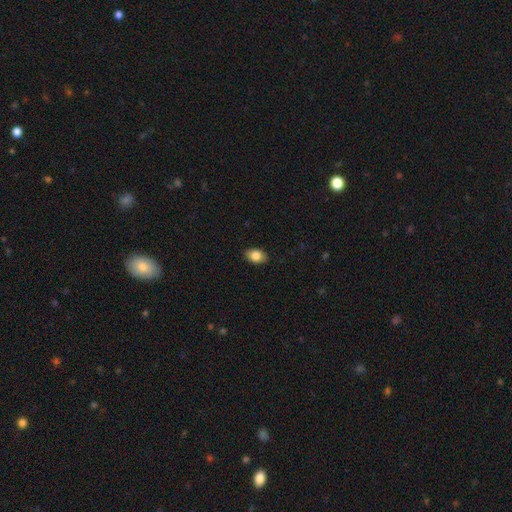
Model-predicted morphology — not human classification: Overall: smooth (85%). How rounded: in between (83%). Merging: none (87%).